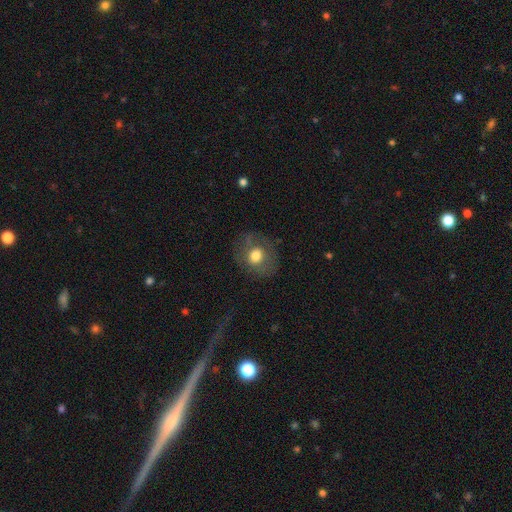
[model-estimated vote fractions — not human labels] This appears to be a smooth galaxy with no disk features (68%) that is round (74%). Merging: none (73%).